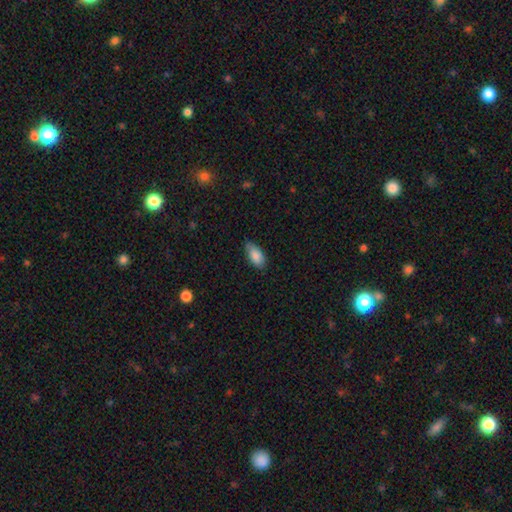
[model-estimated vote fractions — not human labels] Morphology: type=smooth (86%); roundness=in between (91%); merging=none (72%).